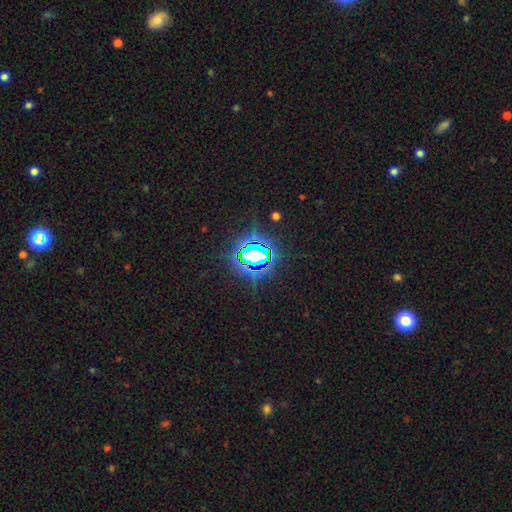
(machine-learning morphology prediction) type=star or artifact (77%).